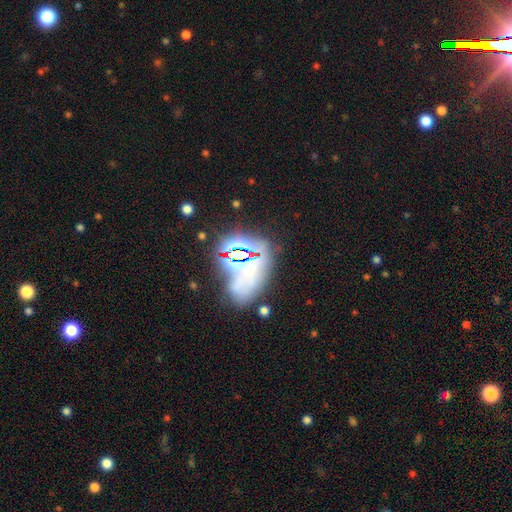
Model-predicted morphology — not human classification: smooth-or-featured: star or artifact: 57% | smooth: 29% | featured or disk: 14%